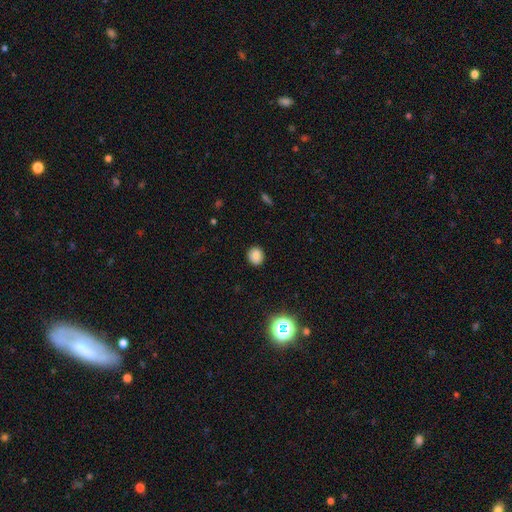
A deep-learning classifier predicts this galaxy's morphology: Smooth or featured: smooth — 84% (star or artifact — 12%)
How rounded: round — 75% (in between — 24%)
Merging: none — 89% (minor disturbance — 8%)